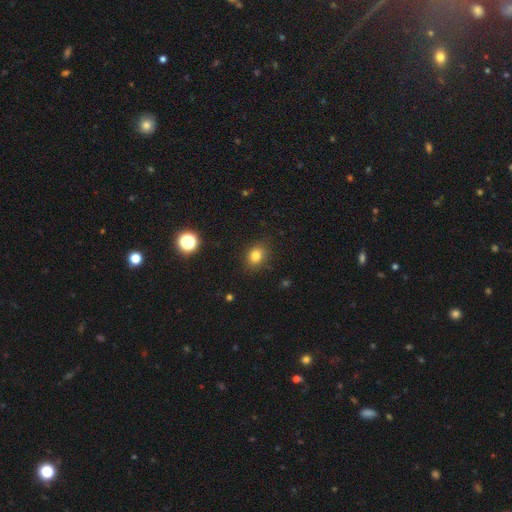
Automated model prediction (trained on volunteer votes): Smooth or featured: smooth — 80% (star or artifact — 13%)
How rounded: in between — 50% (round — 48%)
Merging: none — 86% (minor disturbance — 10%)